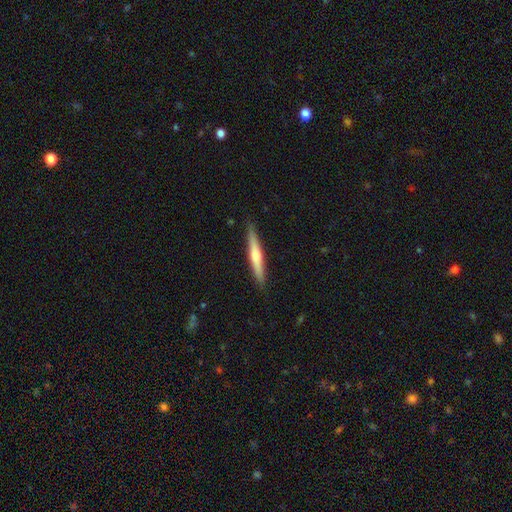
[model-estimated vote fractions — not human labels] The model was most divided on "smooth or featured": smooth: 52%, featured or disk: 43%, star or artifact: 5%. More confident: how rounded — cigar-shaped (94%); merging — none (89%).